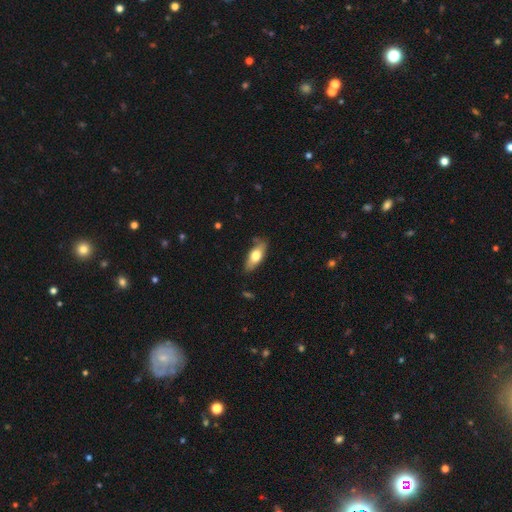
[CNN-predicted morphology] This is likely a smooth galaxy (67%). How rounded: likely in between (77%). Merging: likely none (72%).